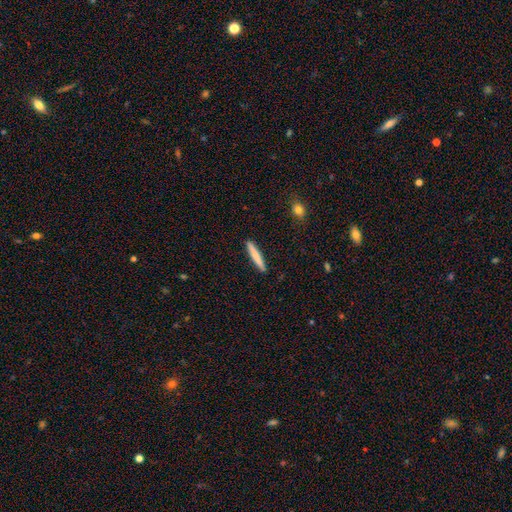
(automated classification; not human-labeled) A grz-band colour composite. It shows a smooth galaxy with no disk features (74%) that is cigar-shaped (95%). Merging: none (91%).